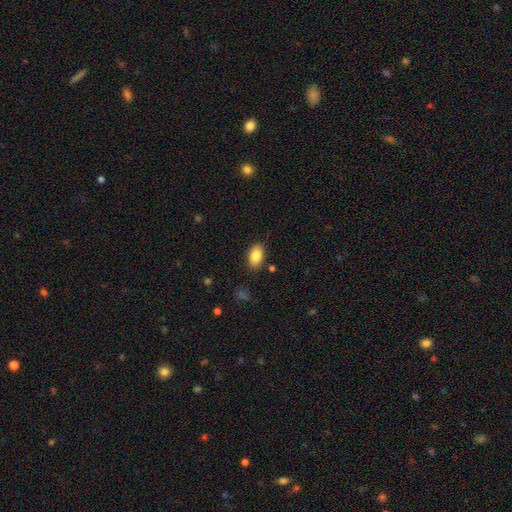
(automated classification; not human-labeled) Smooth or featured?
  - smooth: 86% *
  - star or artifact: 7%
  - featured or disk: 7%
How rounded?
  - in between: 92% *
  - round: 6%
  - cigar-shaped: 2%
Merging?
  - none: 85% *
  - minor disturbance: 10%
  - major disturbance: 3%
  - merger: 2%